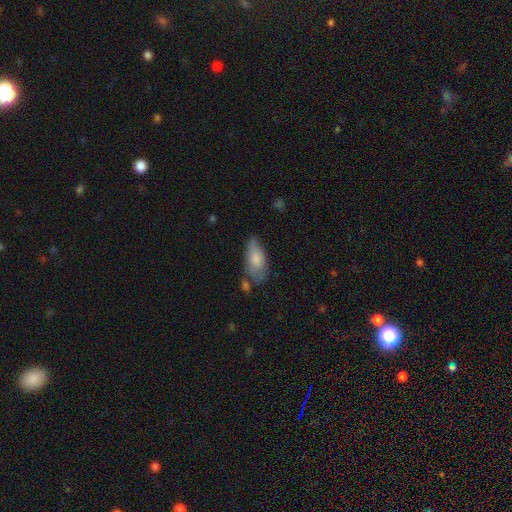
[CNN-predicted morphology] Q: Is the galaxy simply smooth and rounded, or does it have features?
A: smooth — 74%.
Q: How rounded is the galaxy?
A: in between — 83%.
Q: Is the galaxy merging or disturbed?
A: none — 59%.